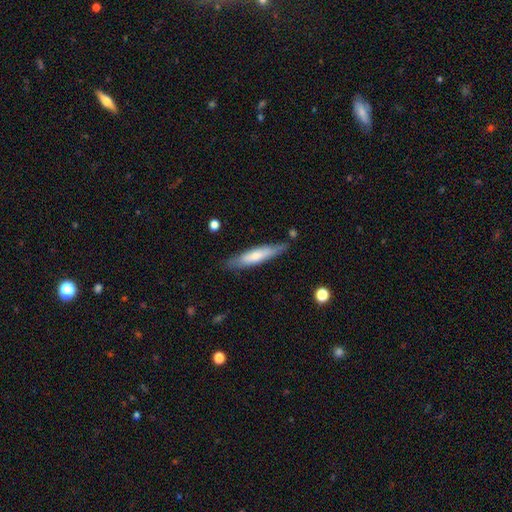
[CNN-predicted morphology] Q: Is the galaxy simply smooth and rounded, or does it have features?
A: smooth — 61%.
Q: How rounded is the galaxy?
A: cigar-shaped — 81%.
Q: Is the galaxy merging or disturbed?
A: none — 80%.